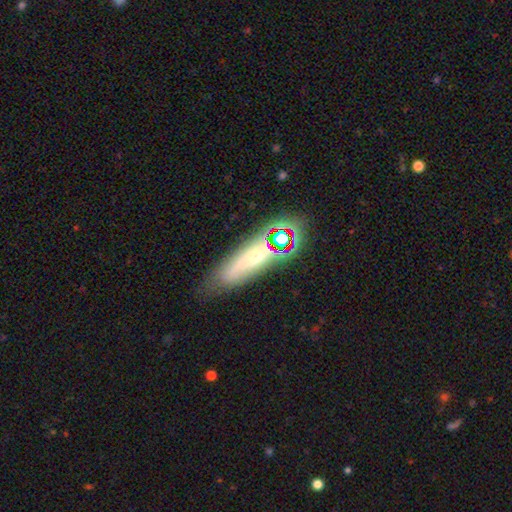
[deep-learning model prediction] smooth-or-featured: featured or disk: 41% | smooth: 39% | star or artifact: 20%
  merging: none: 56% | minor disturbance: 22% | major disturbance: 11% | merger: 11%